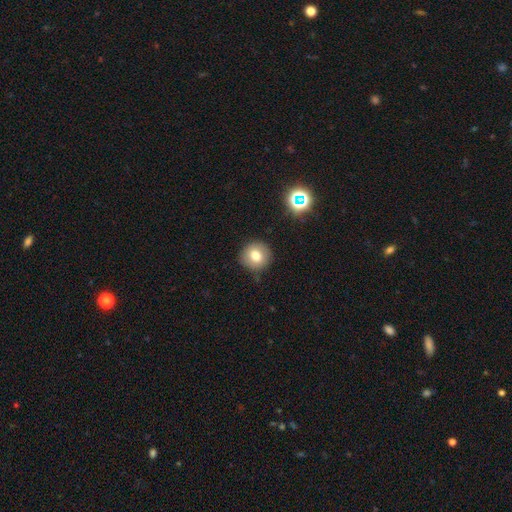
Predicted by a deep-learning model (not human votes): This is likely a smooth galaxy (76%). How rounded: clearly round (90%). Merging: clearly none (87%).